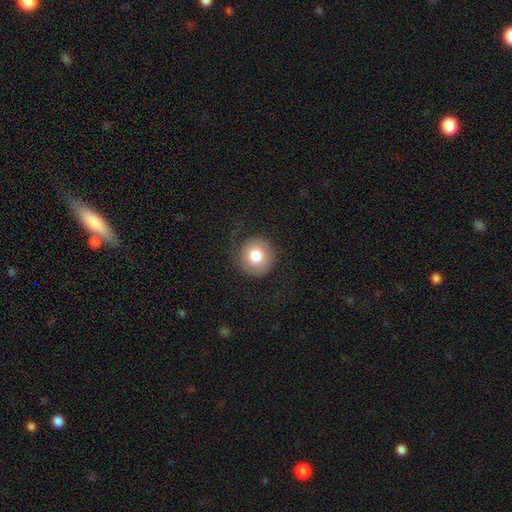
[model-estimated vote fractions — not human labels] This is likely a smooth galaxy (77%). How rounded: clearly round (93%). Merging: likely none (72%).